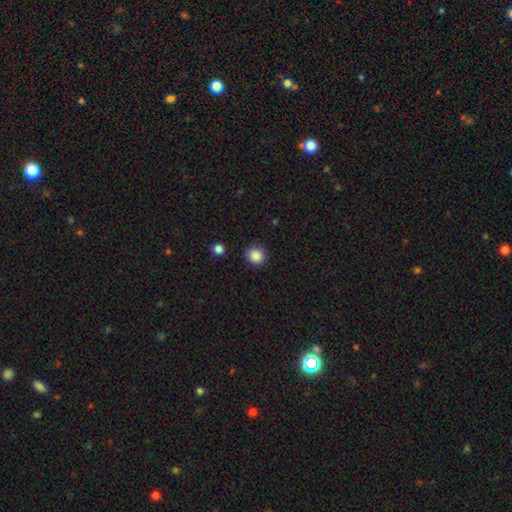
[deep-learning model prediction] A smooth galaxy with no disk features (87%) that is round (90%). Merging: none (88%).